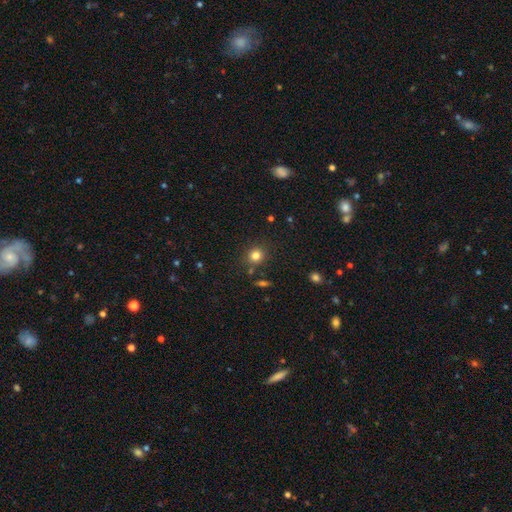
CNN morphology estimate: Smooth or featured? Predicted: smooth (p=0.80). How rounded? Predicted: round (p=0.86). Merging? Predicted: none (p=0.82).